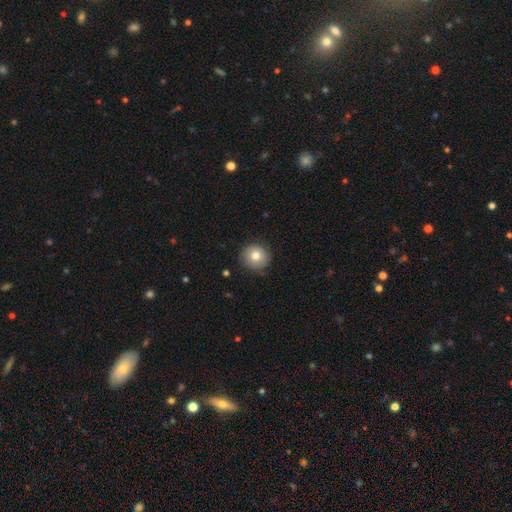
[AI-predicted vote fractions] smooth-or-featured: smooth: 78% | featured or disk: 12% | star or artifact: 10%
  how-rounded: round: 93% | in between: 6% | cigar-shaped: 1%
  merging: none: 85% | minor disturbance: 11% | major disturbance: 3% | merger: 1%